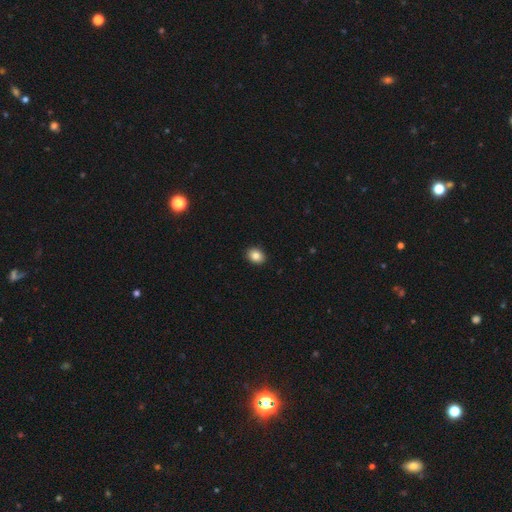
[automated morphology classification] Smooth or featured? Predicted: smooth (p=0.85). How rounded? Predicted: in between (p=0.55). Merging? Predicted: none (p=0.92).